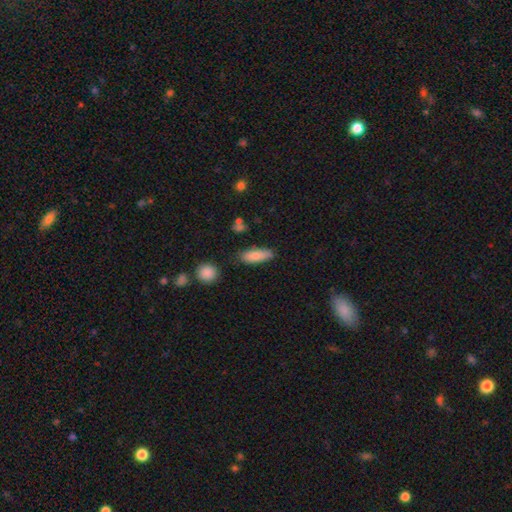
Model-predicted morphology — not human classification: This appears to be a smooth galaxy with no disk features (82%) that is in between round and cigar-shaped (63%). Merging: none (77%).